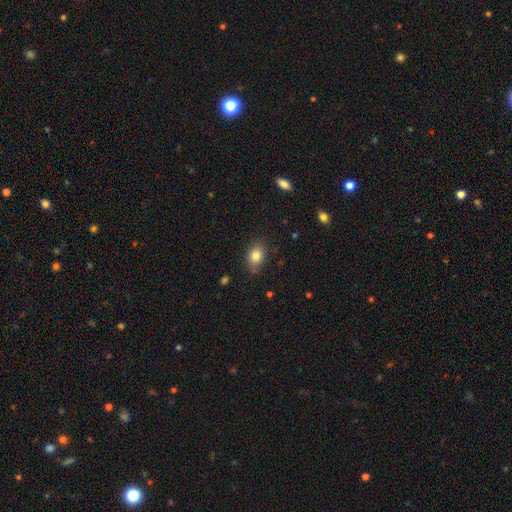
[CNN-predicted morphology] smooth_or_featured: smooth (p=0.83) [alt: star or artifact p=0.10]
how_rounded: in between (p=0.65) [alt: round p=0.34]
merging: none (p=0.79) [alt: minor disturbance p=0.16]